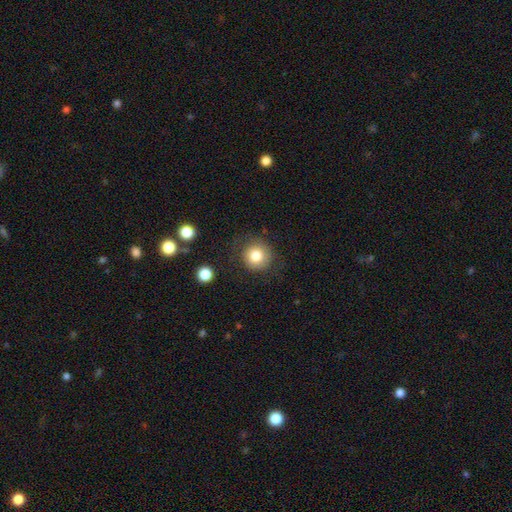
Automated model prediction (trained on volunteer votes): This appears to be a smooth galaxy with no disk features (80%) that is round (92%). Merging: none (79%).